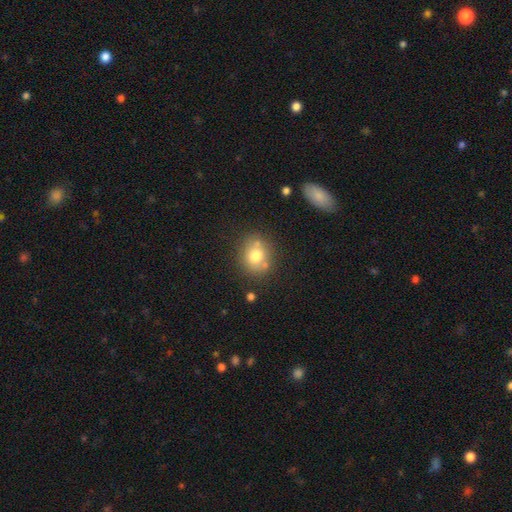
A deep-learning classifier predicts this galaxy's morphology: smooth 73%, featured or disk 16%, star or artifact 11%. Down the decision tree: how rounded — round (63%); merging — none (70%).